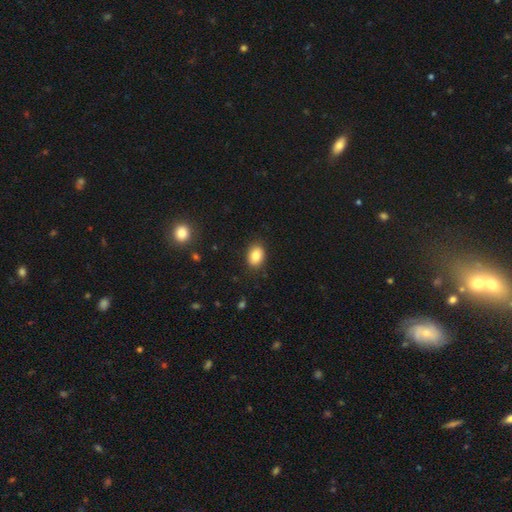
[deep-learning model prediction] Overall: smooth (84%). How rounded: in between (77%). Merging: none (87%).